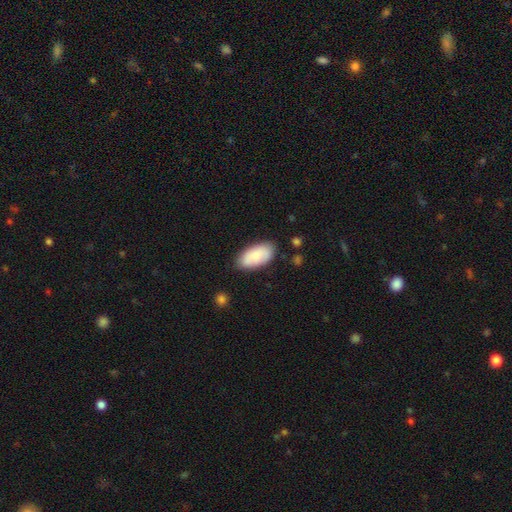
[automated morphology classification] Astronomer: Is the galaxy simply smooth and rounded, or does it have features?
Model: smooth — 79%.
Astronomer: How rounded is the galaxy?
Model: in between — 95%.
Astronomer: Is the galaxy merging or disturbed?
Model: none — 80%.